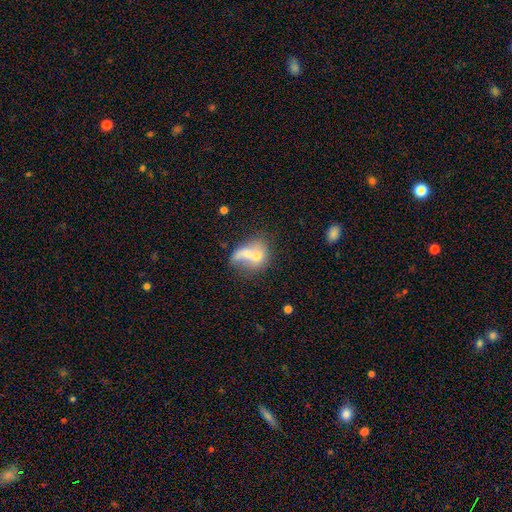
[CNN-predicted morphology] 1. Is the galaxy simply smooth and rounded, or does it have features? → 58% smooth, 33% featured or disk, 9% star or artifact.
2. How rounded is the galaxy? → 60% in between, 38% round, 3% cigar-shaped.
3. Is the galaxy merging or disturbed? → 66% merger, 15% none, 10% major disturbance, 8% minor disturbance.